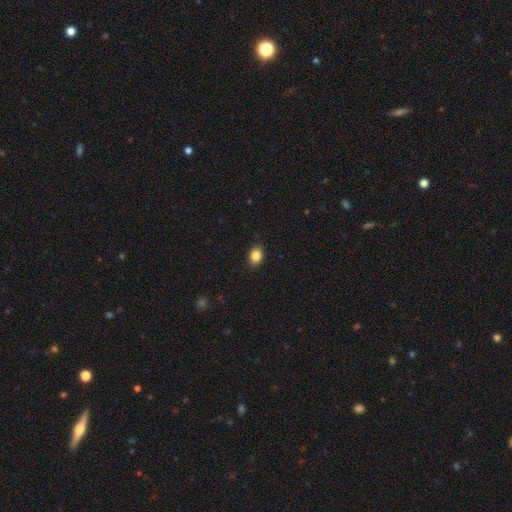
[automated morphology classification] Smooth or featured?
  - smooth: 85% *
  - star or artifact: 10%
  - featured or disk: 5%
How rounded?
  - in between: 58% *
  - round: 41%
  - cigar-shaped: 1%
Merging?
  - none: 88% *
  - minor disturbance: 9%
  - major disturbance: 2%
  - merger: 1%